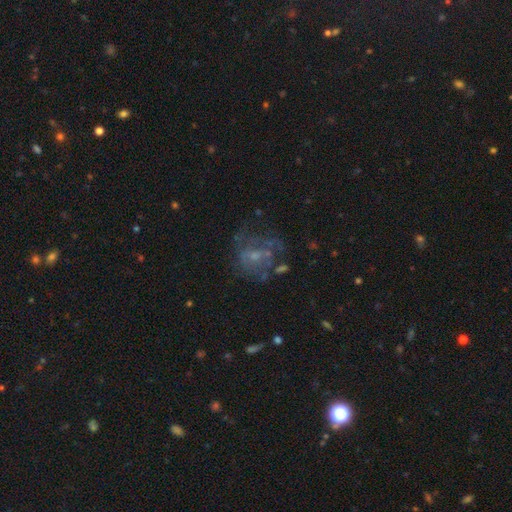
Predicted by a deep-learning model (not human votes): This is possibly a featured or disk galaxy (57%). It is clearly not viewed edge-on (97%). Bar: likely no (68%). Spiral arm pattern: possibly no (58%). Central bulge: possibly small (50%). Merging: possibly none (46%).